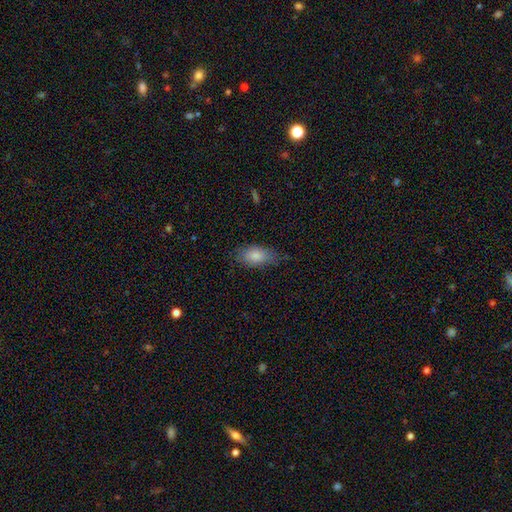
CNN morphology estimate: type=smooth (83%); roundness=in between (90%); merging=none (67%).